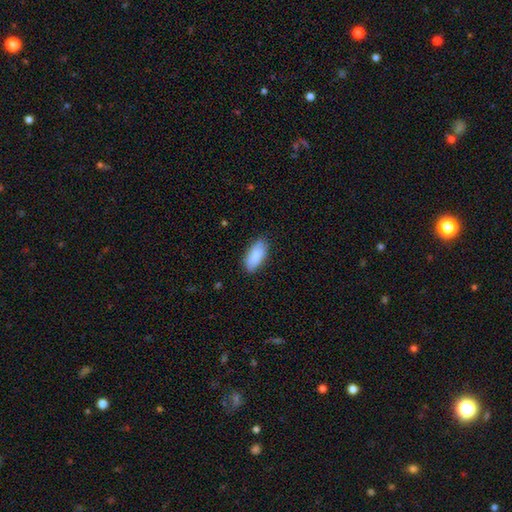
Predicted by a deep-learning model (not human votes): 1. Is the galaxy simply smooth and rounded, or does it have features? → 85% smooth, 9% featured or disk, 6% star or artifact.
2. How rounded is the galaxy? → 89% in between, 9% cigar-shaped, 2% round.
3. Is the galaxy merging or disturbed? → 81% none, 15% minor disturbance, 3% major disturbance, 1% merger.